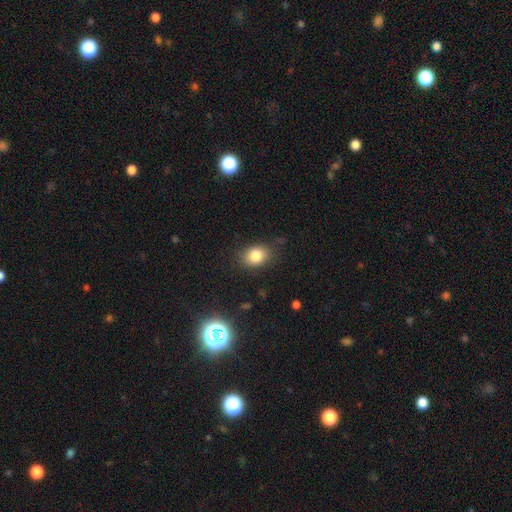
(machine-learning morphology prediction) type=smooth (83%); roundness=in between (64%); merging=none (80%).